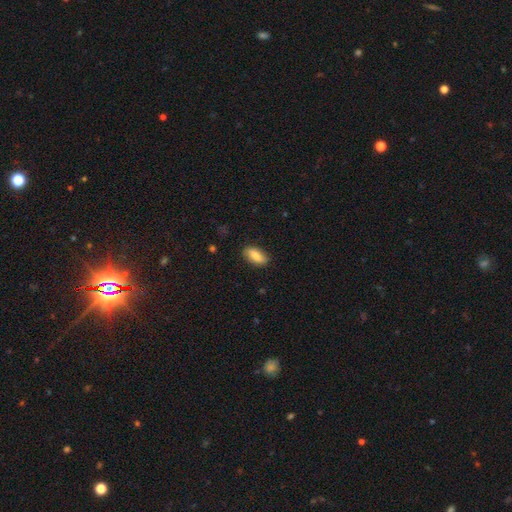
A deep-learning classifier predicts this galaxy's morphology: Overall: smooth (76%). How rounded: in between (86%). Merging: none (83%).